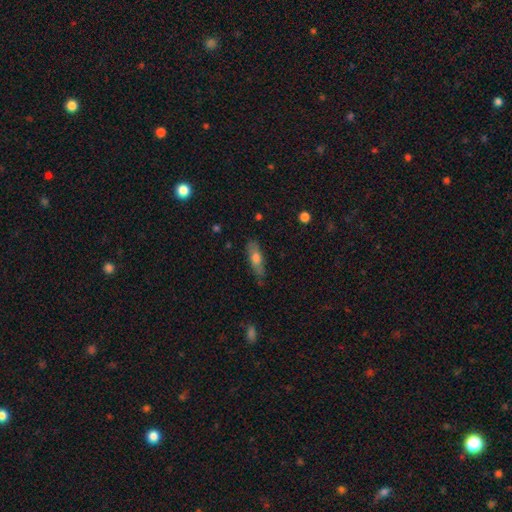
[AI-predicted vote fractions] Smooth or featured?
  - smooth: 54% *
  - featured or disk: 38%
  - star or artifact: 8%
How rounded?
  - cigar-shaped: 57% *
  - in between: 40%
  - round: 3%
Merging?
  - none: 77% *
  - minor disturbance: 18%
  - major disturbance: 4%
  - merger: 2%